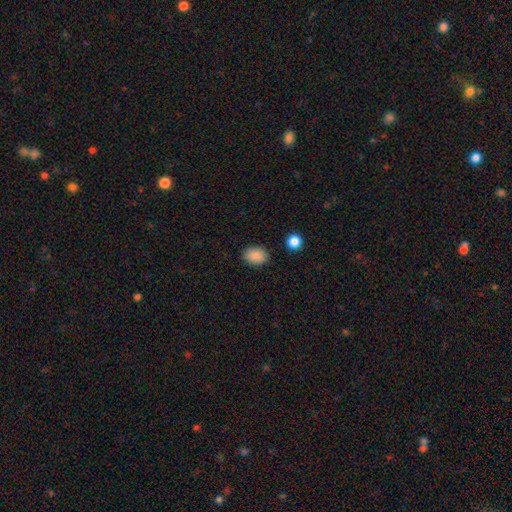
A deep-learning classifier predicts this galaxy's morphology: Q: Smooth or featured?
A: smooth (88%); runner-up: star or artifact (9%)
Q: How rounded?
A: in between (74%); runner-up: round (24%)
Q: Merging?
A: none (86%); runner-up: minor disturbance (10%)